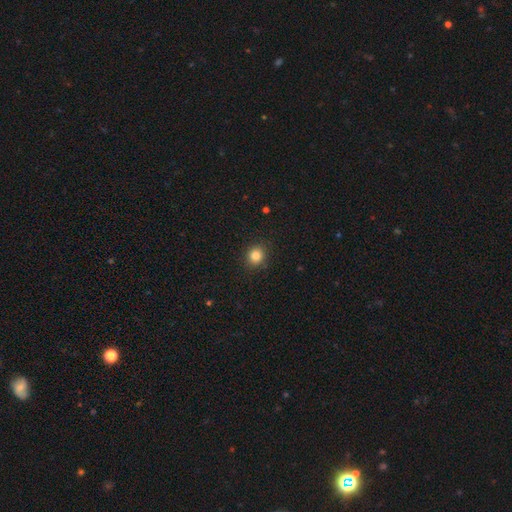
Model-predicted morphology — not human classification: type=smooth (83%); roundness=round (81%); merging=none (89%).